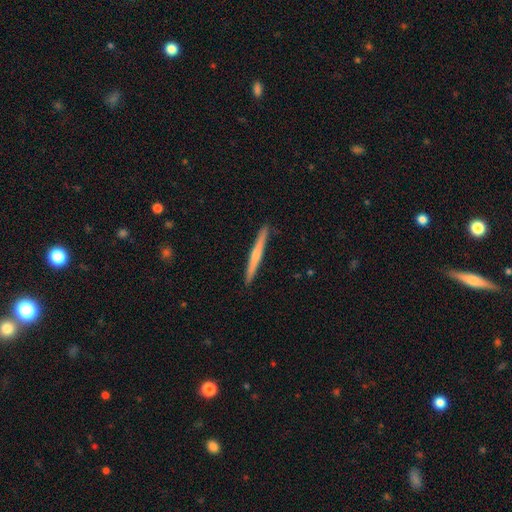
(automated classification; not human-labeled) A smooth galaxy with no disk features (48%).

Vote fractions:
- Smooth or featured? smooth: 48% / featured or disk: 46% / star or artifact: 5%
- Merging? none: 91% / minor disturbance: 6% / major disturbance: 1% / merger: 1%